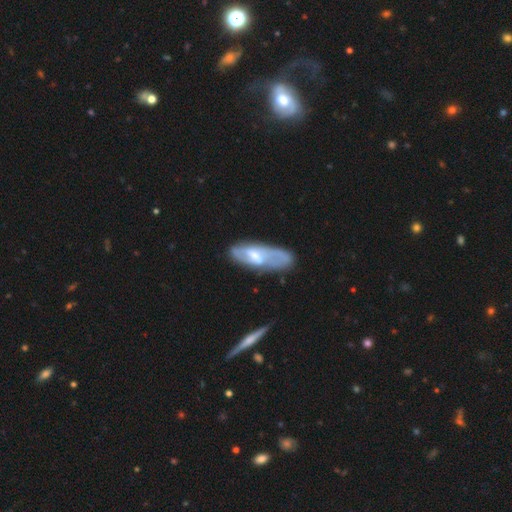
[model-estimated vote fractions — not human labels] Smooth or featured?
  - featured or disk: 55% *
  - smooth: 39%
  - star or artifact: 7%
Edge-on disk?
  - no: 81% *
  - yes: 19%
Merging?
  - none: 54% *
  - minor disturbance: 27%
  - major disturbance: 13%
  - merger: 6%